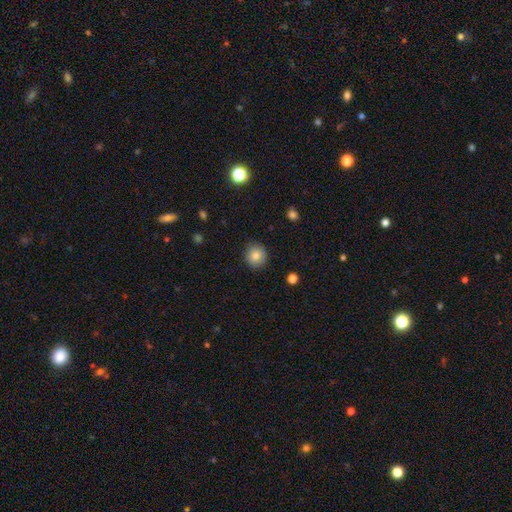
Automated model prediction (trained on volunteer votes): Smooth or featured?
  - smooth: 81% *
  - star or artifact: 10%
  - featured or disk: 9%
How rounded?
  - round: 92% *
  - in between: 7%
  - cigar-shaped: 1%
Merging?
  - none: 87% *
  - minor disturbance: 9%
  - major disturbance: 2%
  - merger: 1%